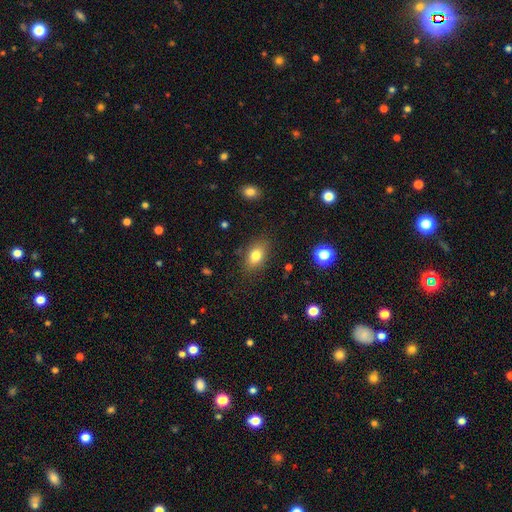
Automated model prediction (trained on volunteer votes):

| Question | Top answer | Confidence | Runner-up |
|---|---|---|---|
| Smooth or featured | smooth | 78% | featured or disk (12%) |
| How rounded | in between | 83% | round (14%) |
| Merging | none | 84% | minor disturbance (11%) |